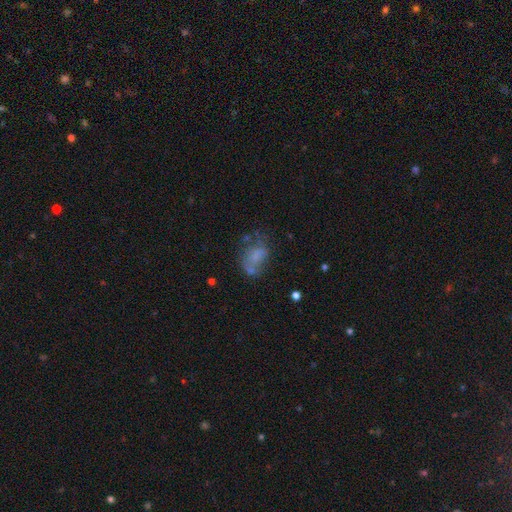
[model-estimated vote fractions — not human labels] Overall: smooth (51%; featured or disk 35%). How rounded: in between (78%). Merging: none (36%; major disturbance 25%).